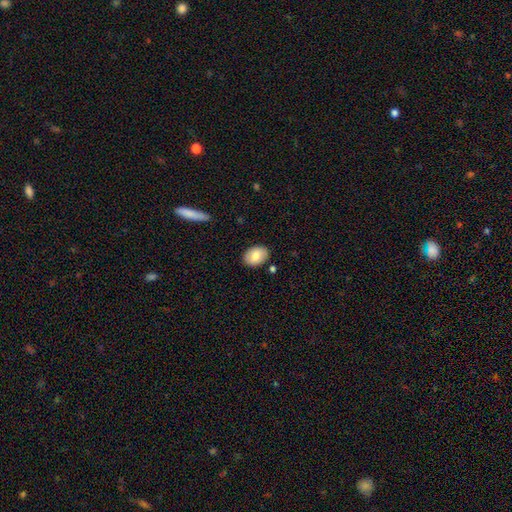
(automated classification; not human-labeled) A smooth galaxy with no disk features (80%) that is in between round and cigar-shaped (76%). Merging: none (86%).